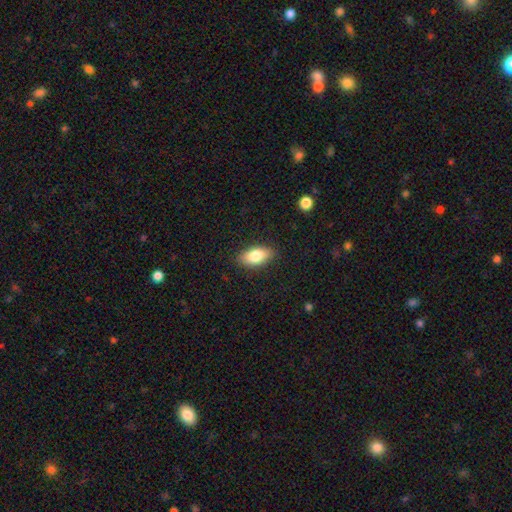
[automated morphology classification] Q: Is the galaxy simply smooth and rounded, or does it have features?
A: smooth — 80%.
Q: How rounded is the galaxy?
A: in between — 89%.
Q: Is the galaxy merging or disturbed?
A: none — 86%.